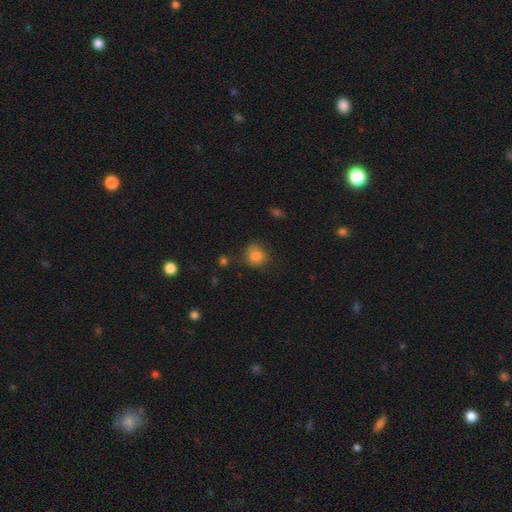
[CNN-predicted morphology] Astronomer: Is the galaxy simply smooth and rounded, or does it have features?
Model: smooth — 83%.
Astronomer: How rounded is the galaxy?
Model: round — 84%.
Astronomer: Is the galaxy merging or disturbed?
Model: none — 71%.